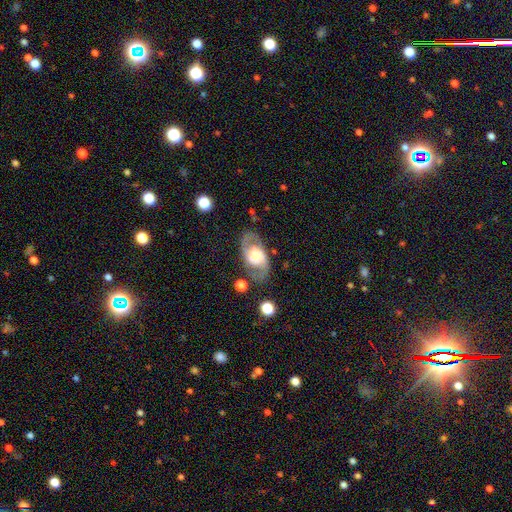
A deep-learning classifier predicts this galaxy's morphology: smooth-or-featured: featured or disk: 75% | smooth: 19% | star or artifact: 6%
  disk-edge-on: no: 94% | yes: 6%
    bar: no: 54% | weak: 34% | strong: 12%
    has-spiral-arms: yes: 84% | no: 16%
      spiral-winding: medium: 52% | loose: 24% | tight: 24%
      spiral-arm-count: 2: 87% | can't tell: 7% | 1: 3% | 3: 1% | 4: 1% | more than 4: 1%
    bulge-size: moderate: 46% | large: 37% | small: 11% | dominant: 4% | none: 2%
  merging: none: 75% | minor disturbance: 15% | major disturbance: 8% | merger: 3%